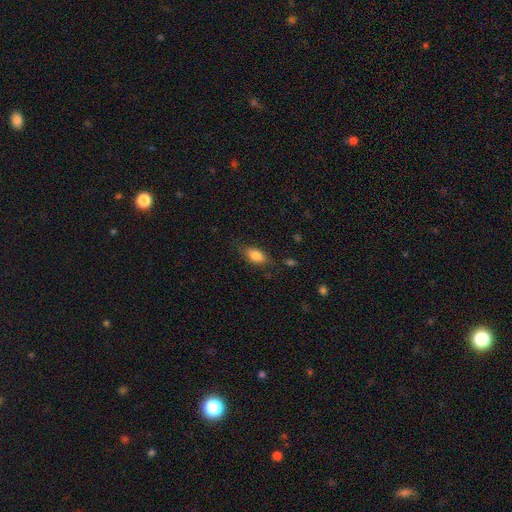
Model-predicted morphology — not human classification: Smooth or featured?
  - smooth: 81% *
  - featured or disk: 11%
  - star or artifact: 8%
How rounded?
  - in between: 85% *
  - cigar-shaped: 9%
  - round: 6%
Merging?
  - none: 75% *
  - minor disturbance: 18%
  - major disturbance: 5%
  - merger: 2%